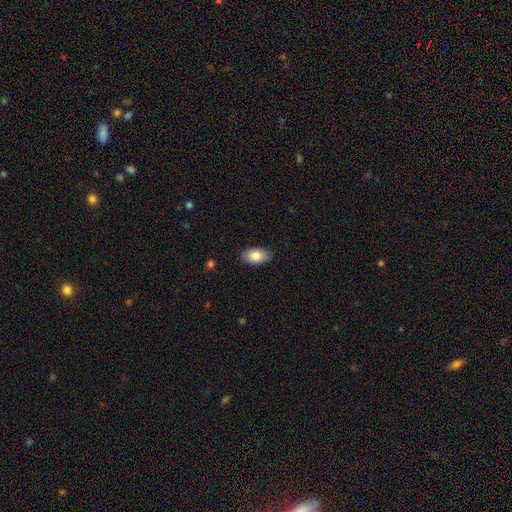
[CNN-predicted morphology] This is clearly a smooth galaxy (85%). How rounded: clearly in between (93%). Merging: clearly none (87%).